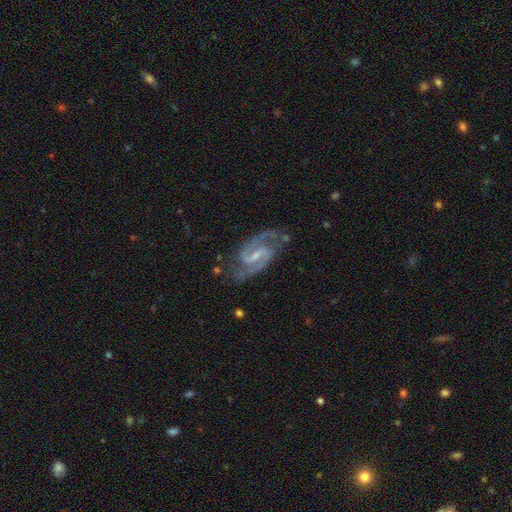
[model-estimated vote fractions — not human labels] The model was most divided on "bar": weak: 54%, strong: 33%, no: 13%. More confident: spiral arms — yes (98%); edge-on disk — no (98%); spiral arm count — 2 (94%); smooth or featured — featured or disk (93%); merging — none (76%); spiral winding — medium (65%); bulge size — small (52%).